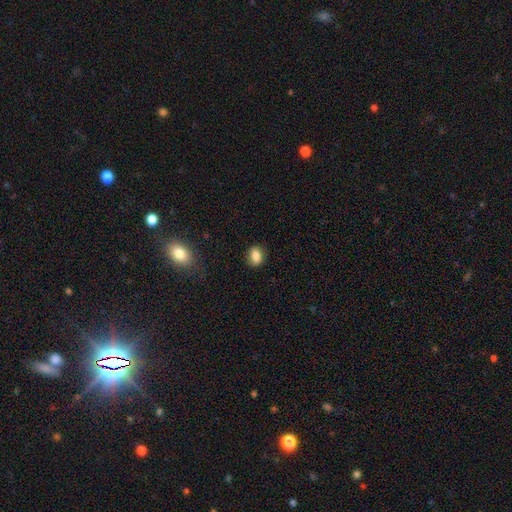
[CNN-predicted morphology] A smooth galaxy with no disk features (81%) that is in between round and cigar-shaped (64%).

Vote fractions:
- Smooth or featured? smooth: 81% / featured or disk: 10% / star or artifact: 9%
- How rounded? in between: 64% / round: 34% / cigar-shaped: 2%
- Merging? none: 86% / minor disturbance: 10% / major disturbance: 3% / merger: 1%